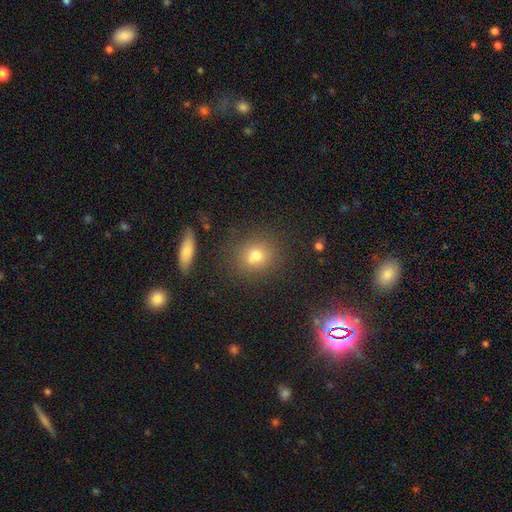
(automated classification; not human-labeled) Overall: smooth (72%). How rounded: round (76%). Merging: none (78%).